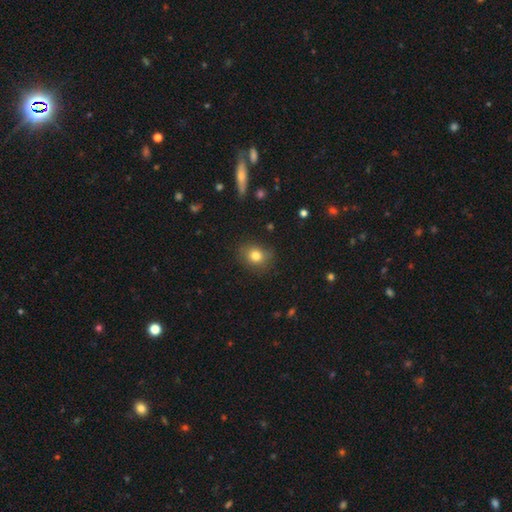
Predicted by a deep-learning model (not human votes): Smooth or featured?
  - smooth: 80% *
  - star or artifact: 11%
  - featured or disk: 9%
How rounded?
  - round: 63% *
  - in between: 36%
  - cigar-shaped: 1%
Merging?
  - none: 81% *
  - minor disturbance: 14%
  - major disturbance: 4%
  - merger: 1%